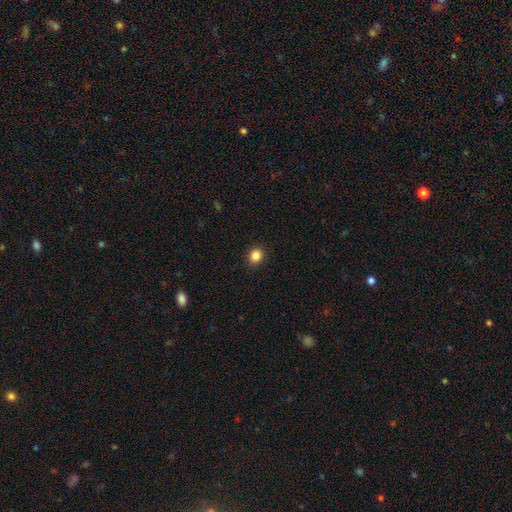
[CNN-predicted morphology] Smooth or featured? Predicted: smooth (p=0.86). How rounded? Predicted: round (p=0.73). Merging? Predicted: none (p=0.91).